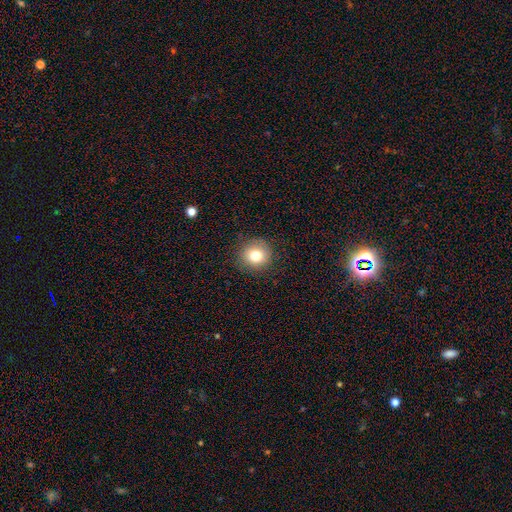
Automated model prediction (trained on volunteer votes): Q: Smooth or featured?
A: smooth (79%); runner-up: star or artifact (11%)
Q: How rounded?
A: round (91%); runner-up: in between (8%)
Q: Merging?
A: none (88%); runner-up: minor disturbance (8%)